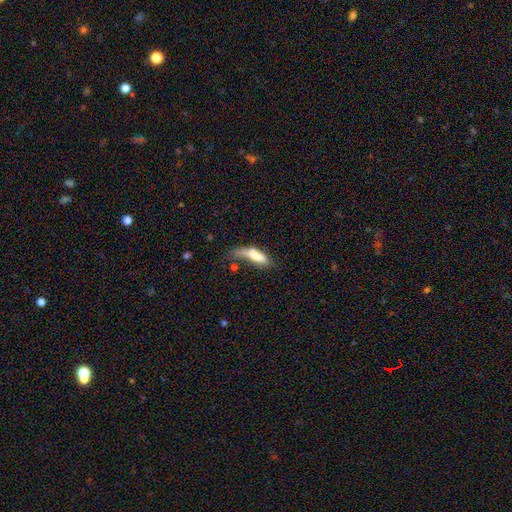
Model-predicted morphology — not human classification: Smooth or featured: smooth — 69% (featured or disk — 23%)
How rounded: cigar-shaped — 50% (in between — 48%)
Merging: major disturbance — 32% (none — 27%)